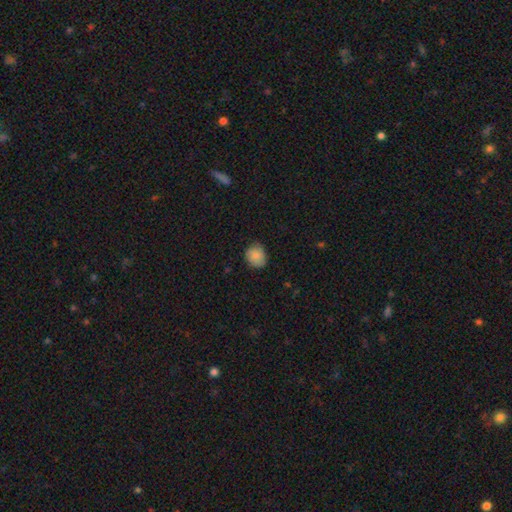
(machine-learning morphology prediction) A smooth galaxy with no disk features (84%) that is round (68%). Merging: none (74%).